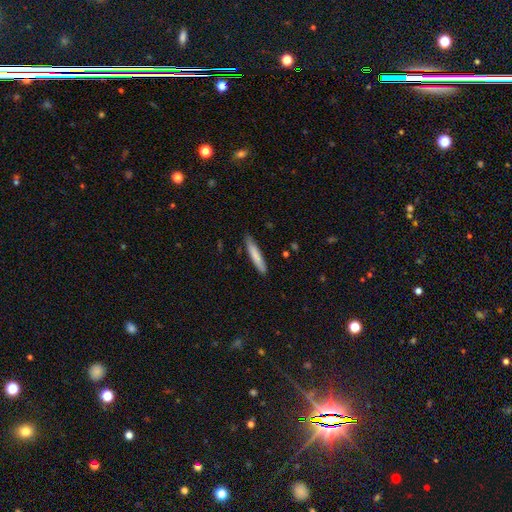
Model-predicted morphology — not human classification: type=smooth (78%); roundness=cigar-shaped (92%); merging=none (85%).